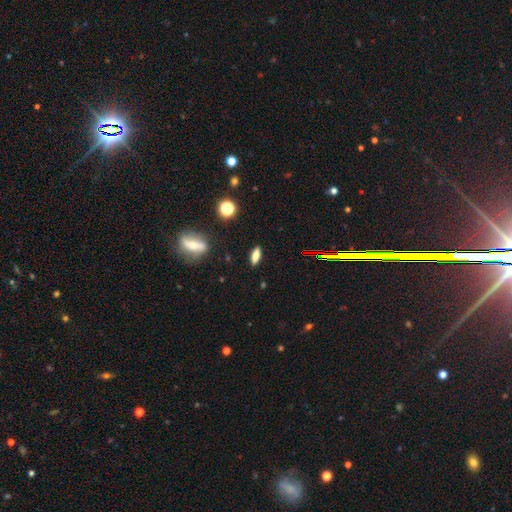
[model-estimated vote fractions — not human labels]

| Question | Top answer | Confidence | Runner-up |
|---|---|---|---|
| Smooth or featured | smooth | 71% | featured or disk (17%) |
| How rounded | in between | 53% | cigar-shaped (42%) |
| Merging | none | 87% | minor disturbance (9%) |